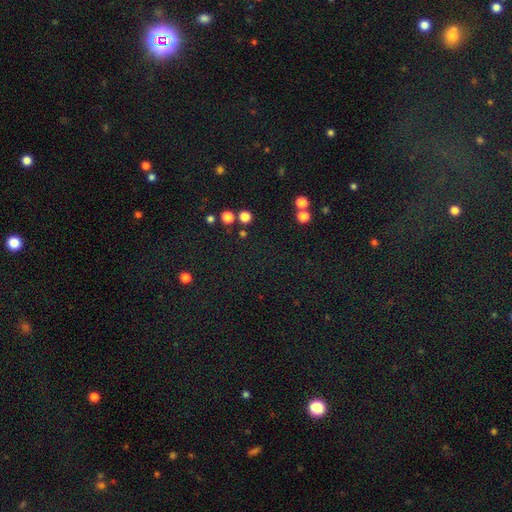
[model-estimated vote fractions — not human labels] Q: Smooth or featured?
A: star or artifact (76%); runner-up: smooth (15%)